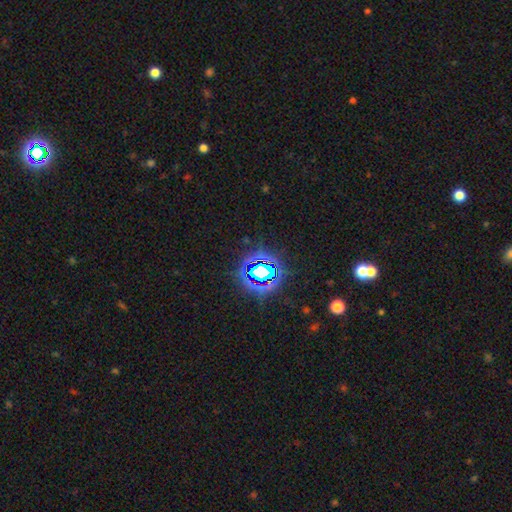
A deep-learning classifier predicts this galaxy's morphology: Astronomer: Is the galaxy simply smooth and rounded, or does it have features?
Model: star or artifact — 81%.